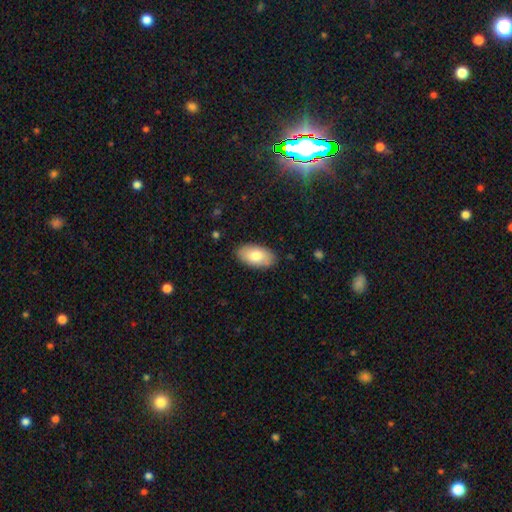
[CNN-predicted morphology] smooth_or_featured: smooth (p=0.79) [alt: featured or disk p=0.15]
how_rounded: in between (p=0.95) [alt: round p=0.03]
merging: none (p=0.87) [alt: minor disturbance p=0.10]